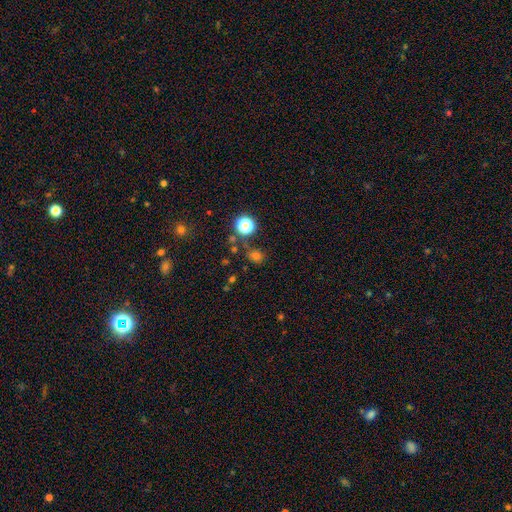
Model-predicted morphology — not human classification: smooth_or_featured: smooth (p=0.66) [alt: star or artifact p=0.28]
how_rounded: round (p=0.79) [alt: in between p=0.20]
merging: none (p=0.76) [alt: minor disturbance p=0.13]